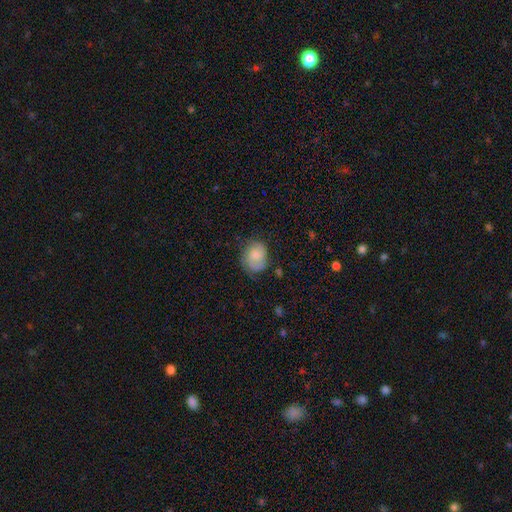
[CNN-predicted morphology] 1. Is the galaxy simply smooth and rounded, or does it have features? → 65% smooth, 28% featured or disk, 8% star or artifact.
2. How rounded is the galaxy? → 53% round, 46% in between, 1% cigar-shaped.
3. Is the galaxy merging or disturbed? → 60% none, 28% minor disturbance, 10% major disturbance, 2% merger.